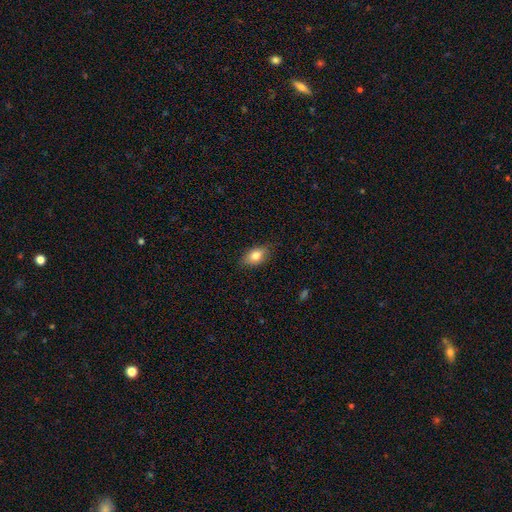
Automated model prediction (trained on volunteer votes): Smooth or featured? Predicted: smooth (p=0.79). How rounded? Predicted: in between (p=0.84). Merging? Predicted: none (p=0.82).